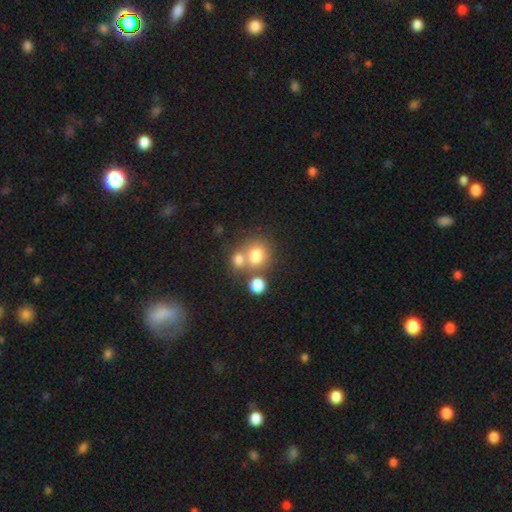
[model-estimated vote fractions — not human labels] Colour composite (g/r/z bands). It shows a smooth galaxy with no disk features (75%) that is round (81%). Merging: none (47%).